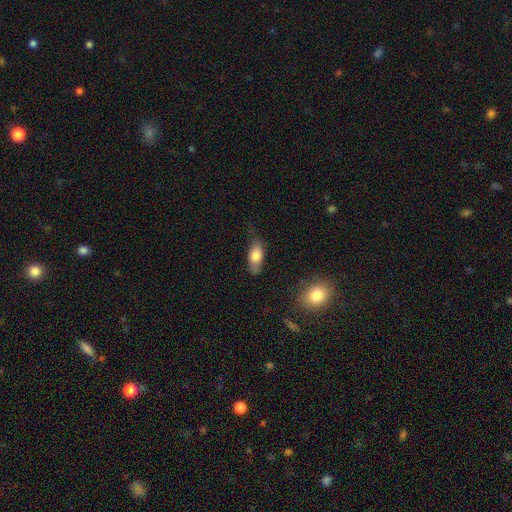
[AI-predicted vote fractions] smooth-or-featured: smooth: 74% | featured or disk: 19% | star or artifact: 7%
  how-rounded: in between: 83% | cigar-shaped: 13% | round: 4%
  merging: none: 61% | minor disturbance: 28% | major disturbance: 8% | merger: 2%